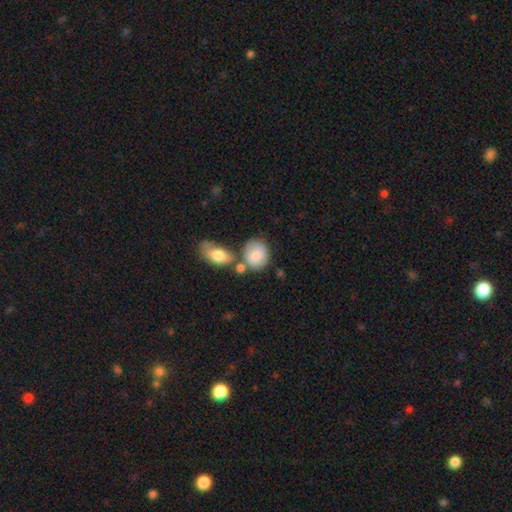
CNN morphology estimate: This is clearly a smooth galaxy (81%). How rounded: possibly round (53%). Merging: possibly none (54%).